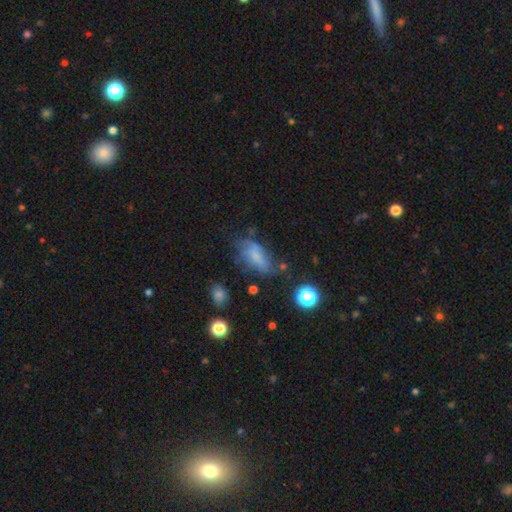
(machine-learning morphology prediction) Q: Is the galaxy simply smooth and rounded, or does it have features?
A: smooth — 55%.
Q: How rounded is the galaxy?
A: in between — 80%.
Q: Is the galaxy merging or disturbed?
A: none — 42%.